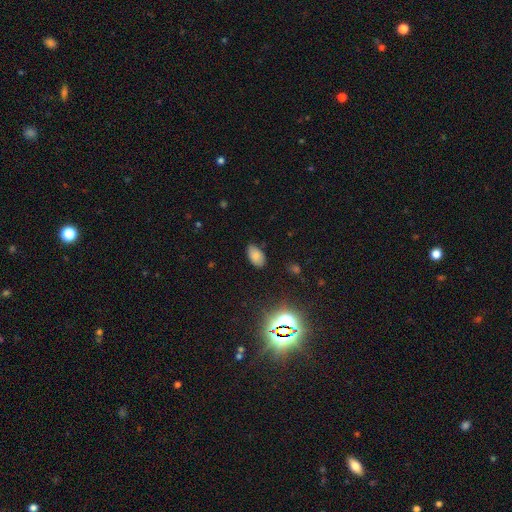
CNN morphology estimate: Q: Smooth or featured?
A: smooth (77%); runner-up: star or artifact (15%)
Q: How rounded?
A: in between (93%); runner-up: round (6%)
Q: Merging?
A: none (83%); runner-up: minor disturbance (13%)